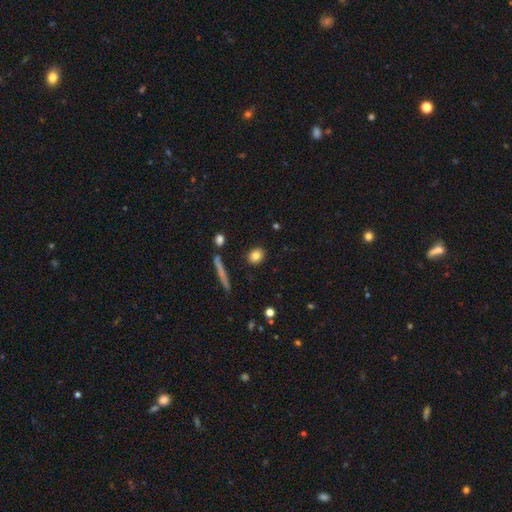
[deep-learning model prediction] This is clearly a smooth galaxy (82%). How rounded: possibly round (58%). Merging: clearly none (89%).